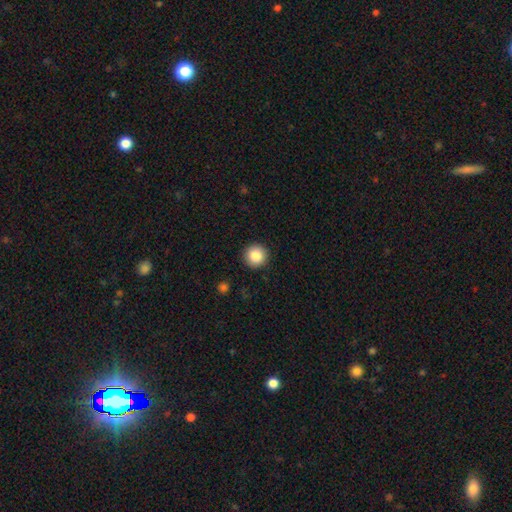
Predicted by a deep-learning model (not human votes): A smooth galaxy with no disk features (86%) that is round (96%). Merging: none (92%).